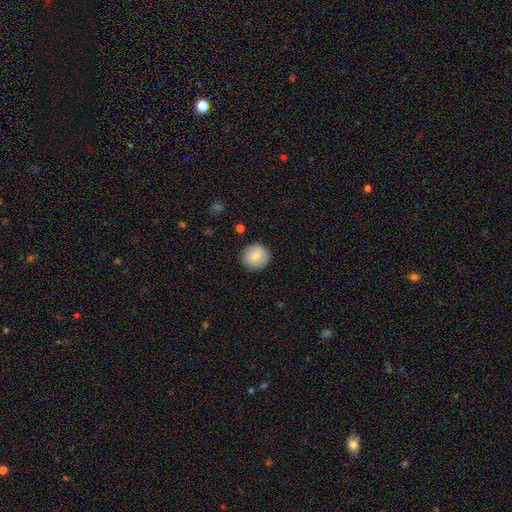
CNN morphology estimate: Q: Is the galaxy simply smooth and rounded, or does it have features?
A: smooth — 81%.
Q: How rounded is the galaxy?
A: round — 94%.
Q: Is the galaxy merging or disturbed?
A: none — 89%.